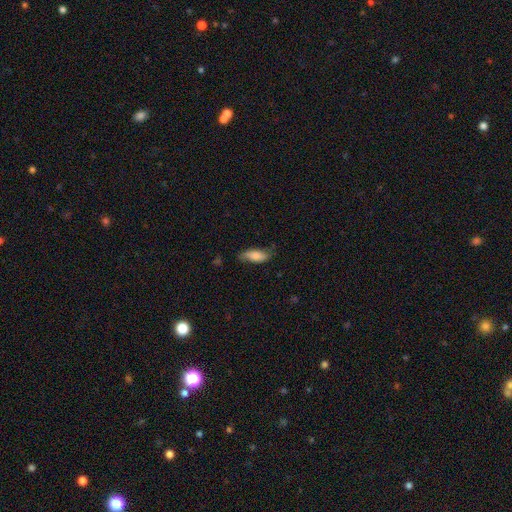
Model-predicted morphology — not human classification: A smooth galaxy with no disk features (77%) that is in between round and cigar-shaped (76%). Merging: none (64%).